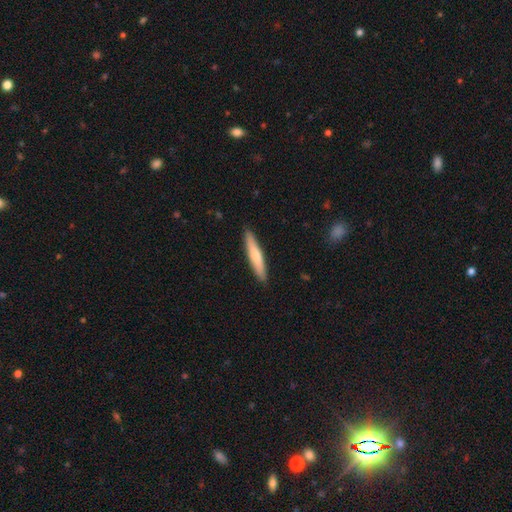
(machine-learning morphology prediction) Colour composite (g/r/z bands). It shows a smooth galaxy with no disk features (65%) that is cigar-shaped (91%). Merging: none (90%).